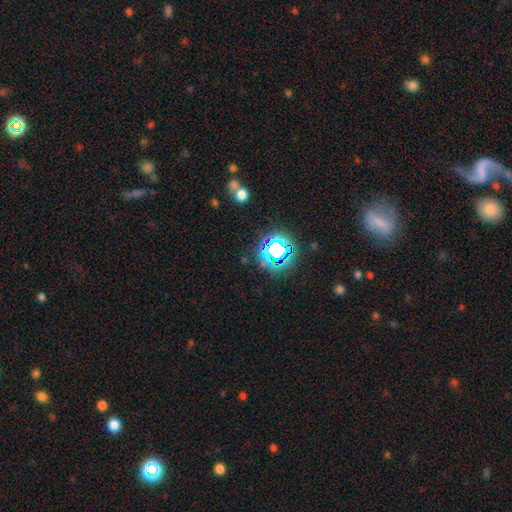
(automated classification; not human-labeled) Q: Smooth or featured?
A: star or artifact (71%); runner-up: smooth (19%)